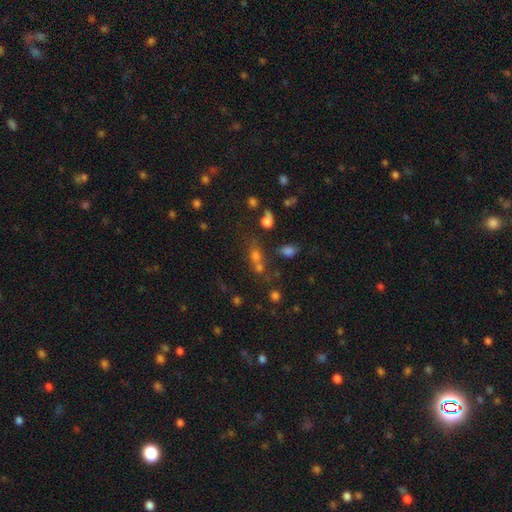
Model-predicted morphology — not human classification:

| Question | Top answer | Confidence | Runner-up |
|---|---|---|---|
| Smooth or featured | smooth | 59% | star or artifact (27%) |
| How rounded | round | 56% | in between (39%) |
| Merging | none | 42% | merger (40%) |